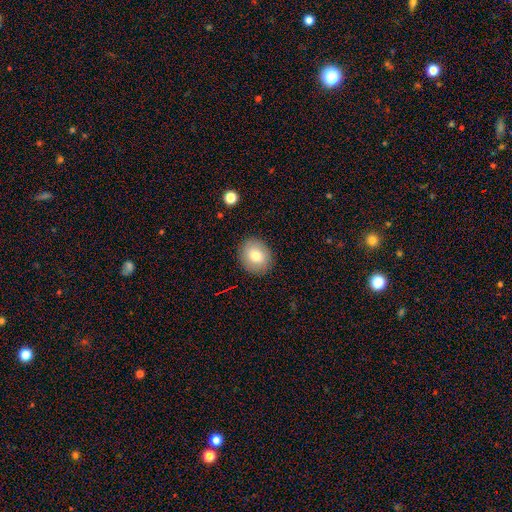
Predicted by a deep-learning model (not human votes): Smooth or featured?
  - smooth: 77% *
  - featured or disk: 14%
  - star or artifact: 9%
How rounded?
  - round: 65% *
  - in between: 34%
  - cigar-shaped: 1%
Merging?
  - none: 89% *
  - minor disturbance: 8%
  - major disturbance: 2%
  - merger: 1%